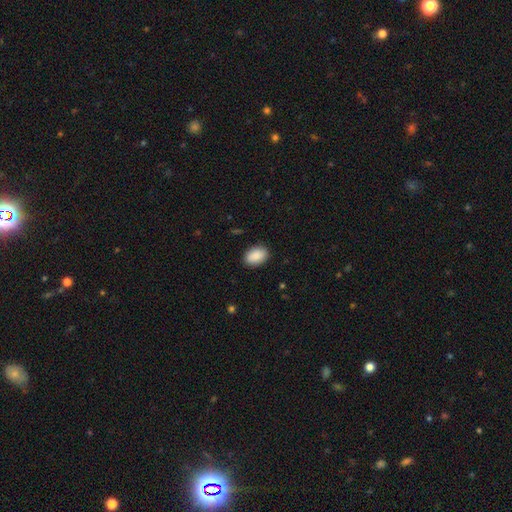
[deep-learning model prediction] A smooth galaxy with no disk features (90%) that is in between round and cigar-shaped (89%).

Vote fractions:
- Smooth or featured? smooth: 90% / star or artifact: 6% / featured or disk: 3%
- How rounded? in between: 89% / round: 10% / cigar-shaped: 1%
- Merging? none: 89% / minor disturbance: 8% / major disturbance: 2% / merger: 1%